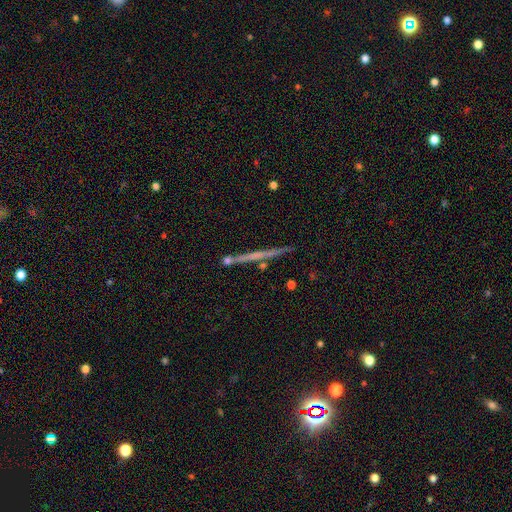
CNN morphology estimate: Overall: featured or disk (60%; smooth 32%). Edge-on disk: yes (97%). Edge-on bulge: none (84%). Merging: none (87%).